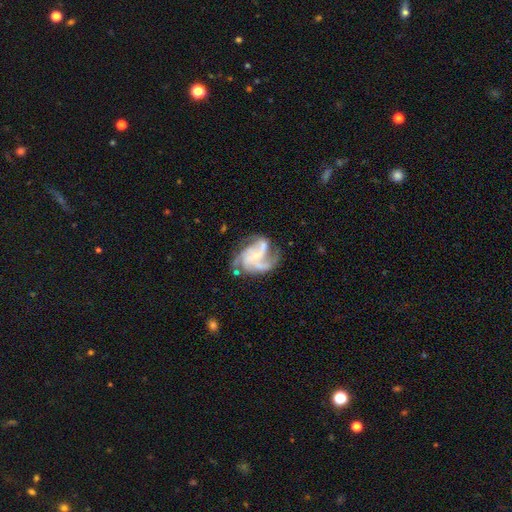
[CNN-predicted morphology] This is clearly a featured or disk galaxy (88%). It is clearly not viewed edge-on (98%). Bar: possibly no (56%). Spiral arm pattern: clearly yes (97%). Spiral arm count: possibly 3 (51%). Spiral winding: possibly medium (51%). Central bulge: likely small (71%). Merging: possibly none (58%).